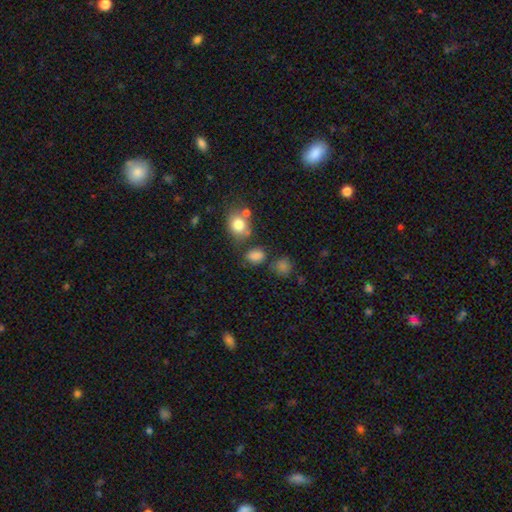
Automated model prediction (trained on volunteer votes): Morphology: type=smooth (80%); roundness=in between (60%); merging=none (67%).